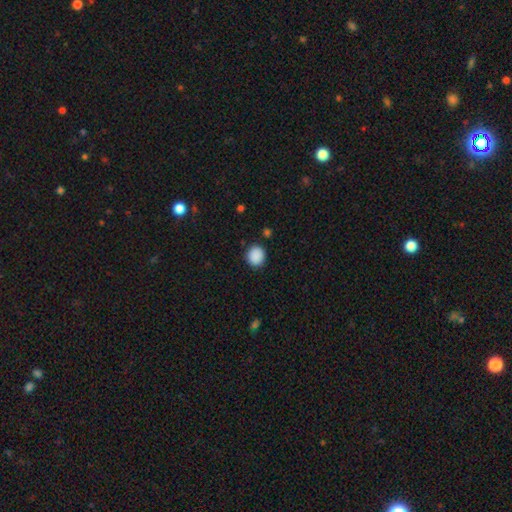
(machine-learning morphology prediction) This is clearly a smooth galaxy (89%). How rounded: clearly round (81%). Merging: clearly none (88%).